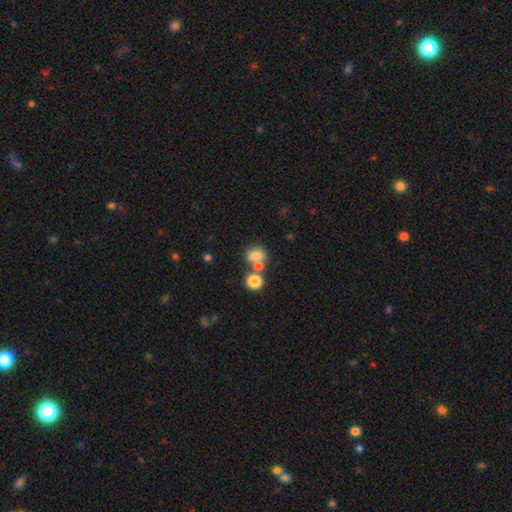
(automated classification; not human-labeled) A smooth galaxy with no disk features (74%) that is round (53%).

Vote fractions:
- Smooth or featured? smooth: 74% / star or artifact: 14% / featured or disk: 12%
- How rounded? round: 53% / in between: 46% / cigar-shaped: 1%
- Merging? none: 48% / merger: 34% / minor disturbance: 12% / major disturbance: 6%